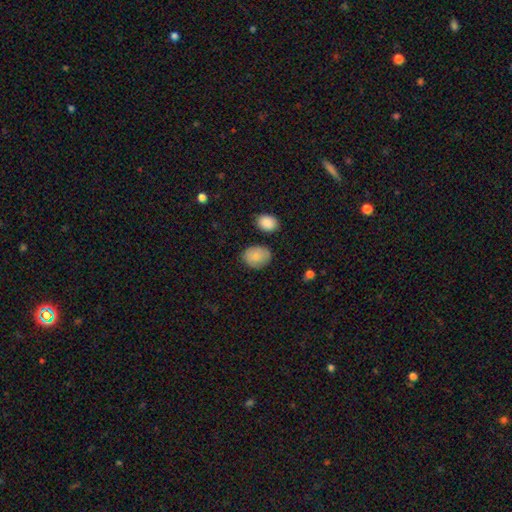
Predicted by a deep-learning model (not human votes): Smooth or featured?
  - smooth: 85% *
  - featured or disk: 8%
  - star or artifact: 7%
How rounded?
  - in between: 66% *
  - round: 33%
  - cigar-shaped: 1%
Merging?
  - none: 77% *
  - minor disturbance: 16%
  - merger: 4%
  - major disturbance: 4%